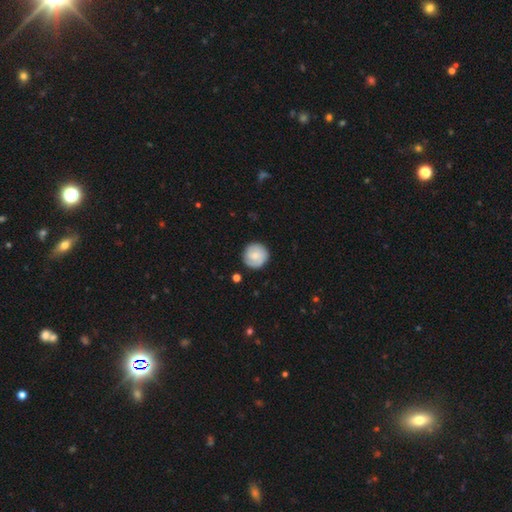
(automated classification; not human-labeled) smooth 54%, featured or disk 40%, star or artifact 6%. Down the decision tree: how rounded — round (93%); merging — none (83%).